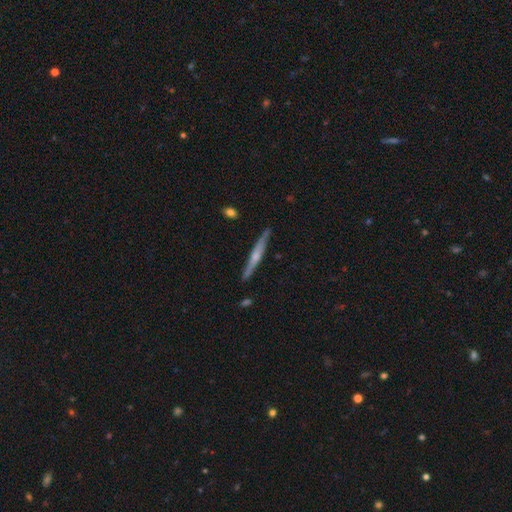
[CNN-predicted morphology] Smooth or featured? featured or disk (68%)
Edge-on disk? yes (97%)
Edge-on bulge? rounded (70%)
Merging? none (87%)